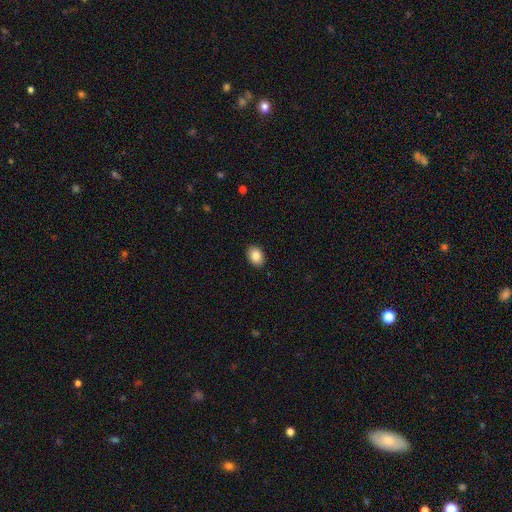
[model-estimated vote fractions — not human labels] A smooth galaxy with no disk features (85%) that is in between round and cigar-shaped (71%). Merging: none (90%).